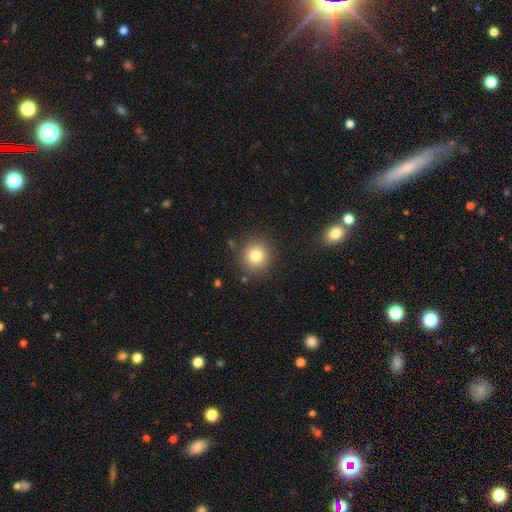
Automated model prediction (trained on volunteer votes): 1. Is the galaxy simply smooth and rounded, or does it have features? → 80% smooth, 12% star or artifact, 8% featured or disk.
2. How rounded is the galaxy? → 92% round, 7% in between, 1% cigar-shaped.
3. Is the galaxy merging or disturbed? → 87% none, 8% minor disturbance, 3% major disturbance, 2% merger.